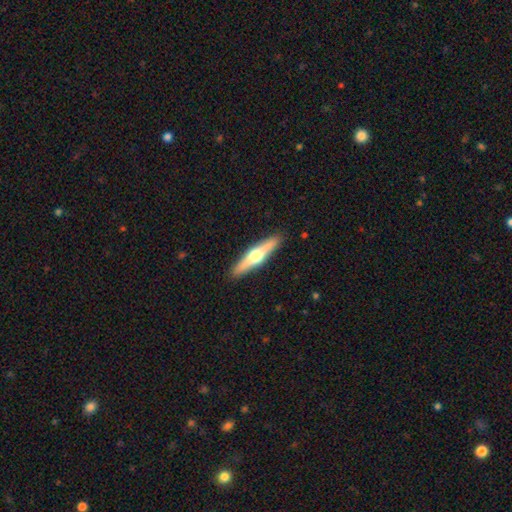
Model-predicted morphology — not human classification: The model was most divided on "smooth or featured": featured or disk: 59%, smooth: 36%, star or artifact: 5%. More confident: edge-on disk — yes (96%); edge-on bulge — rounded (94%); merging — none (91%).